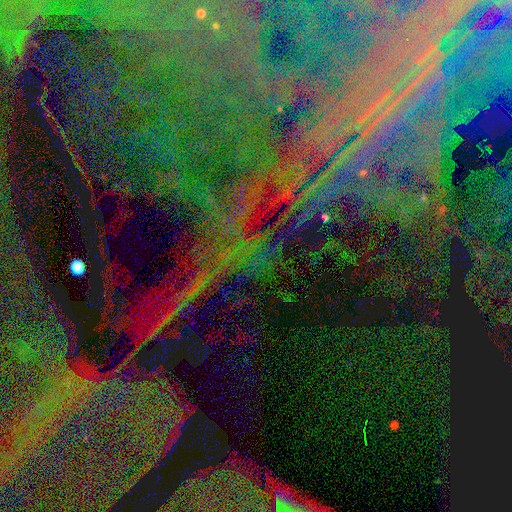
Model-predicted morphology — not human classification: A star or artifact, not a galaxy (77%).

Vote fractions:
- Smooth or featured? star or artifact: 77% / featured or disk: 14% / smooth: 9%